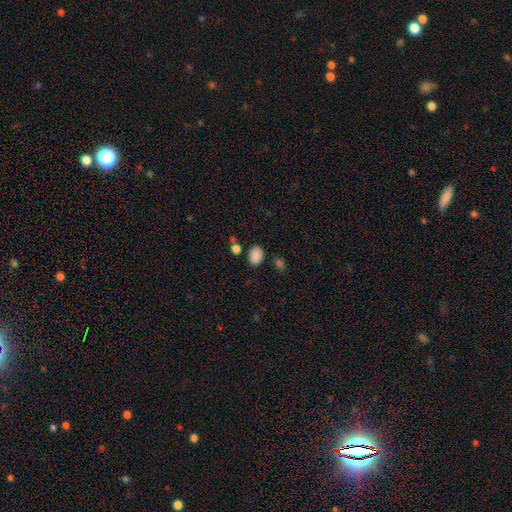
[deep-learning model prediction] The model was most divided on "how rounded": in between: 81%, round: 18%, cigar-shaped: 1%. More confident: smooth or featured — smooth (87%); merging — none (77%).